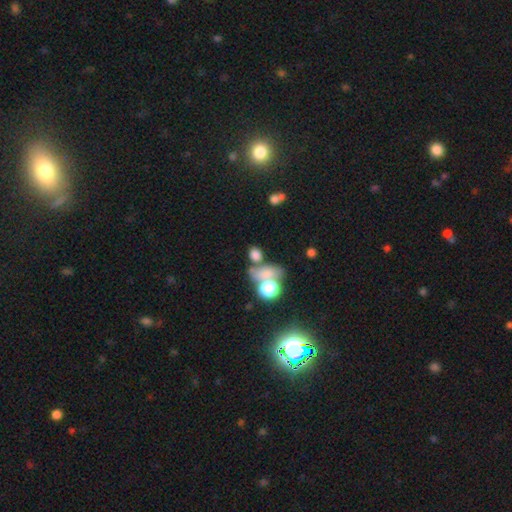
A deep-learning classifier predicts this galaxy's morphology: Smooth or featured?
  - smooth: 71% *
  - star or artifact: 19%
  - featured or disk: 10%
How rounded?
  - in between: 54% *
  - round: 43%
  - cigar-shaped: 3%
Merging?
  - none: 45% *
  - merger: 33%
  - minor disturbance: 13%
  - major disturbance: 9%